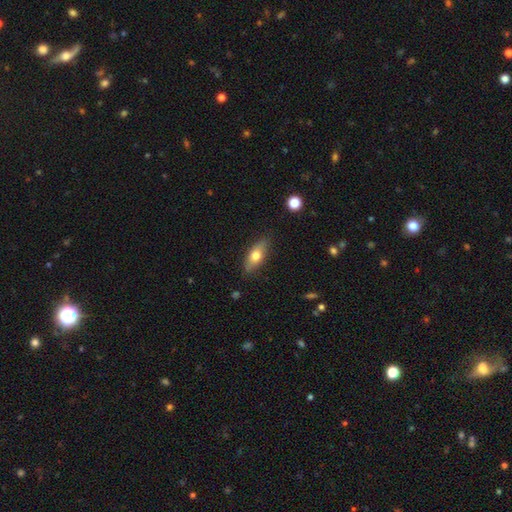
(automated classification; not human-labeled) smooth 65%, featured or disk 28%, star or artifact 6%. Down the decision tree: how rounded — in between (73%); merging — none (83%).